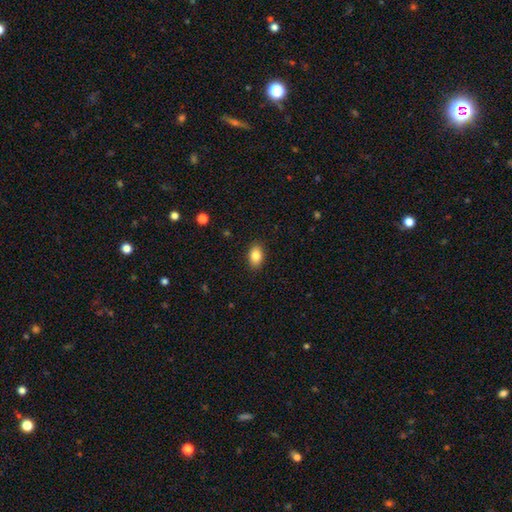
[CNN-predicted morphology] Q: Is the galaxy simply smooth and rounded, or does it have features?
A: smooth — 85%.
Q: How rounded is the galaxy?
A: in between — 88%.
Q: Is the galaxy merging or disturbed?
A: none — 89%.